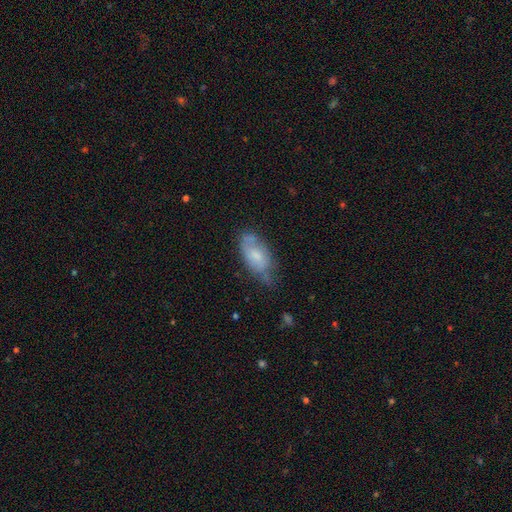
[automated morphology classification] Smooth or featured: smooth — 57% (featured or disk — 35%)
How rounded: in between — 89% (cigar-shaped — 8%)
Merging: none — 49% (minor disturbance — 35%)